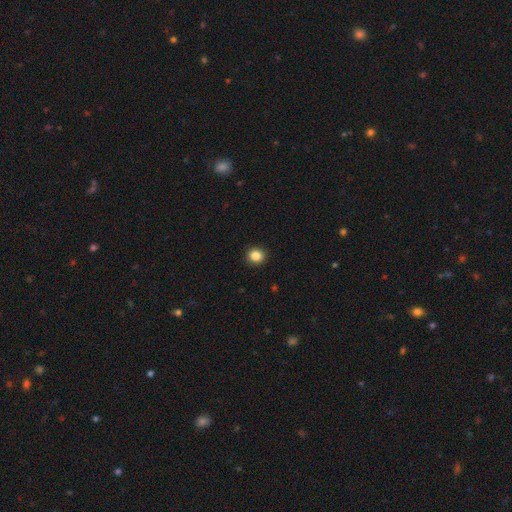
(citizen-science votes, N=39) This is clearly a smooth galaxy (95%). How rounded: clearly round (92%). Merging: clearly none (92%).